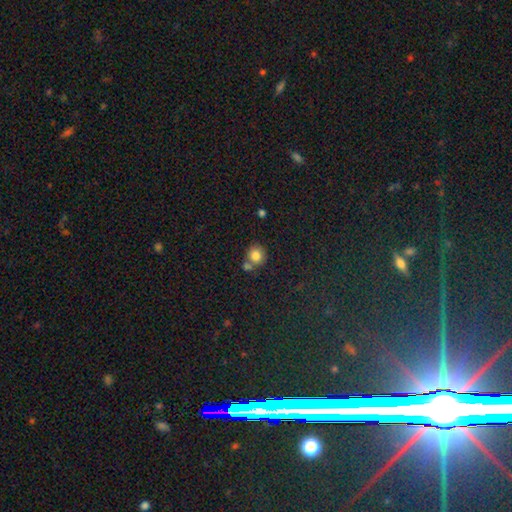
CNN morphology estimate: smooth-or-featured: smooth: 81% | star or artifact: 11% | featured or disk: 8%
  how-rounded: round: 83% | in between: 16% | cigar-shaped: 1%
  merging: none: 57% | merger: 29% | minor disturbance: 11% | major disturbance: 3%